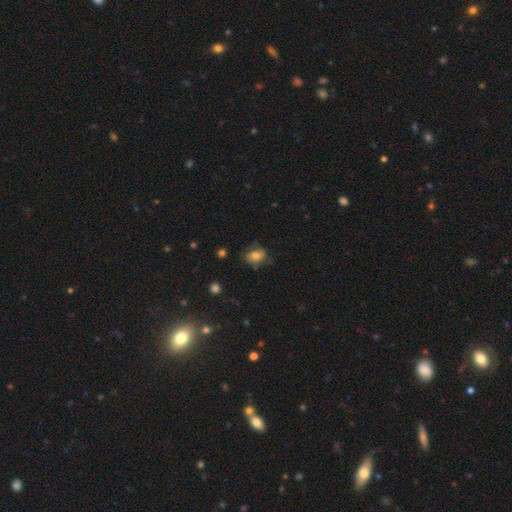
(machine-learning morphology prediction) The model was most divided on "how rounded": in between: 61%, round: 37%, cigar-shaped: 2%. More confident: smooth or featured — smooth (59%); merging — none (57%).